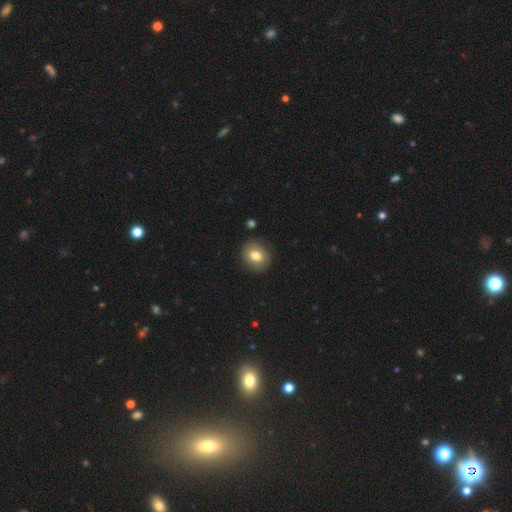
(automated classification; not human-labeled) smooth-or-featured: smooth: 76% | featured or disk: 15% | star or artifact: 9%
  how-rounded: round: 72% | in between: 27% | cigar-shaped: 1%
  merging: none: 88% | minor disturbance: 8% | major disturbance: 2% | merger: 2%